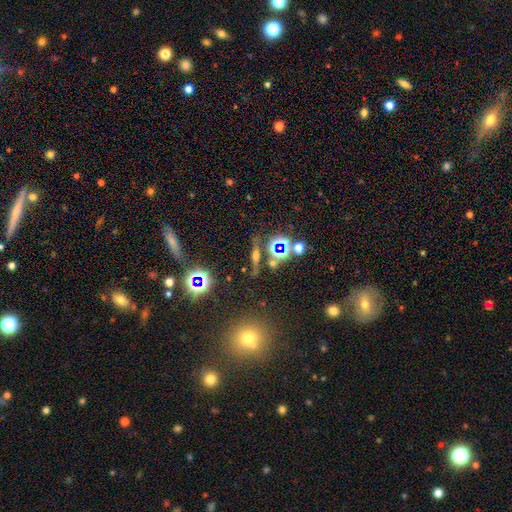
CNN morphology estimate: smooth_or_featured: featured or disk (p=0.38) [alt: star or artifact p=0.33]
merging: none (p=0.74) [alt: minor disturbance p=0.12]